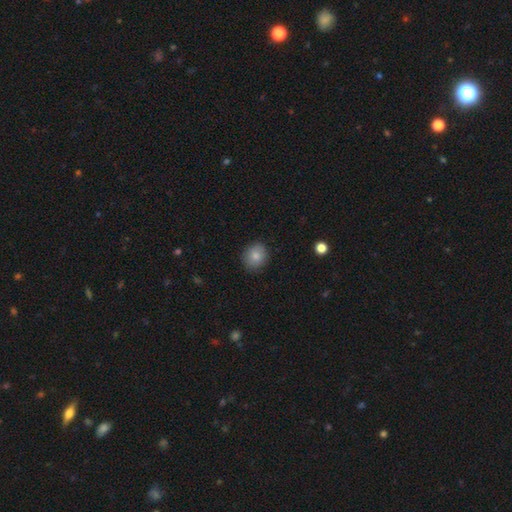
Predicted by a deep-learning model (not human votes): A smooth galaxy with no disk features (84%) that is round (71%).

Vote fractions:
- Smooth or featured? smooth: 84% / star or artifact: 9% / featured or disk: 7%
- How rounded? round: 71% / in between: 28% / cigar-shaped: 1%
- Merging? none: 87% / minor disturbance: 10% / major disturbance: 2% / merger: 1%